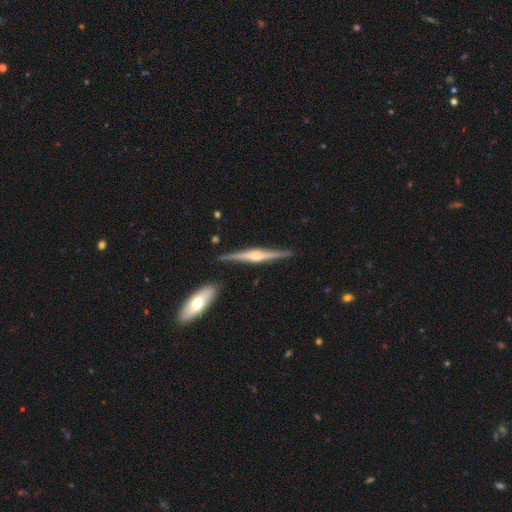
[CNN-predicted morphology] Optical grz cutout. It shows a featured or disk galaxy (82%) viewed edge-on (98%) with a rounded central bulge (83%). Merging: none (87%).